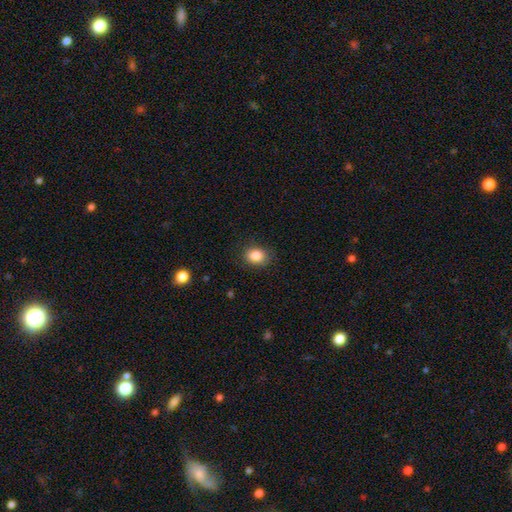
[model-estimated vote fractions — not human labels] Q: Smooth or featured?
A: smooth (85%); runner-up: star or artifact (10%)
Q: How rounded?
A: round (55%); runner-up: in between (44%)
Q: Merging?
A: none (84%); runner-up: minor disturbance (12%)